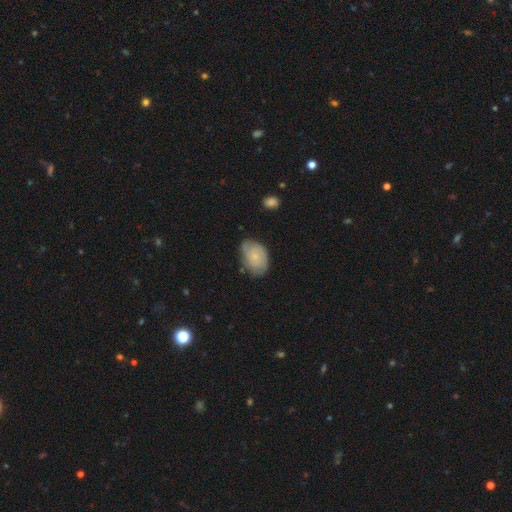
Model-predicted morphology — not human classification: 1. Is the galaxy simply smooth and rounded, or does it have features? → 63% featured or disk, 30% smooth, 7% star or artifact.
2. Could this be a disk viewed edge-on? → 97% no, 3% yes.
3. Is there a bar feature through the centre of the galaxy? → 73% no, 24% weak, 3% strong.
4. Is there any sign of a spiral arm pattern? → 90% yes, 10% no.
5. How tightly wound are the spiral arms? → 59% tight, 31% medium, 9% loose.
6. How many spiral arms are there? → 41% 2, 32% can't tell, 14% 3, 5% 1, 4% 4, 3% more than 4.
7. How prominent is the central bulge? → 74% small, 17% moderate, 7% none, 1% large, 1% dominant.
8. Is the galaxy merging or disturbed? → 69% none, 23% minor disturbance, 6% major disturbance, 2% merger.